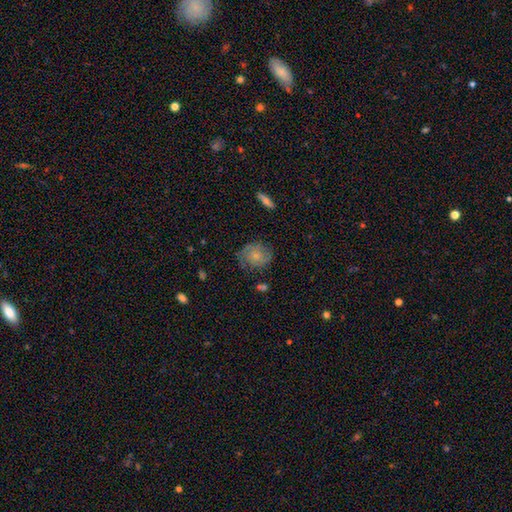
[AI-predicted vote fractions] Smooth or featured? smooth (53%)
How rounded? round (70%)
Merging? none (66%)